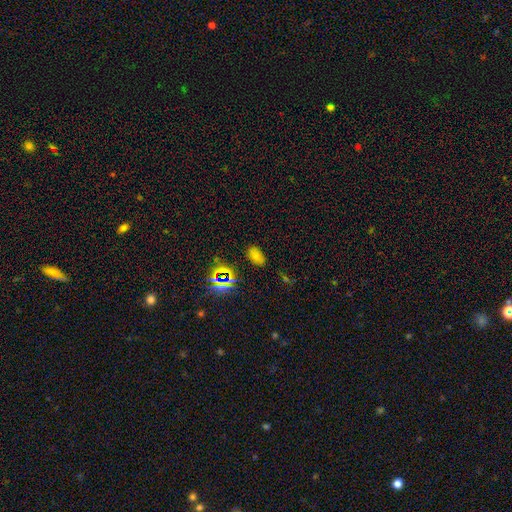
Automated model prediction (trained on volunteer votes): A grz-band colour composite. It shows a smooth galaxy with no disk features (66%) that is in between round and cigar-shaped (91%). Merging: none (83%).